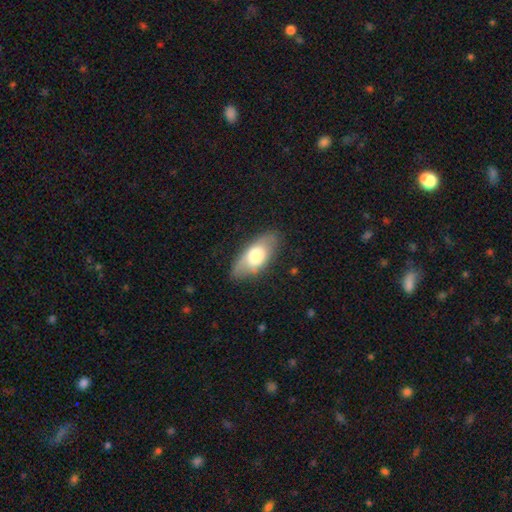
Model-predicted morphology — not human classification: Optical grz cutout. It shows a smooth galaxy with no disk features (62%) that is in between round and cigar-shaped (85%). Merging: none (76%).